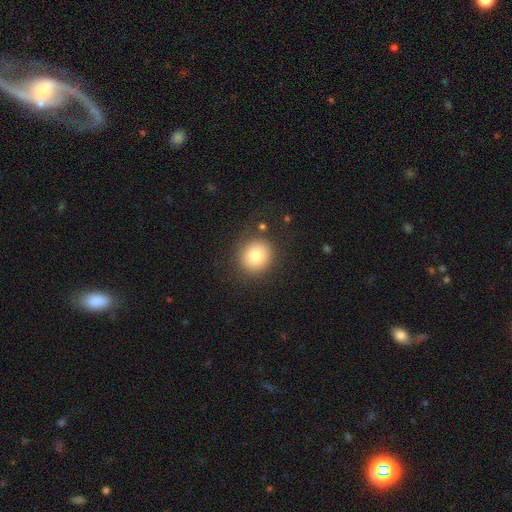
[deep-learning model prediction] Overall: smooth (79%). How rounded: round (89%). Merging: none (85%).